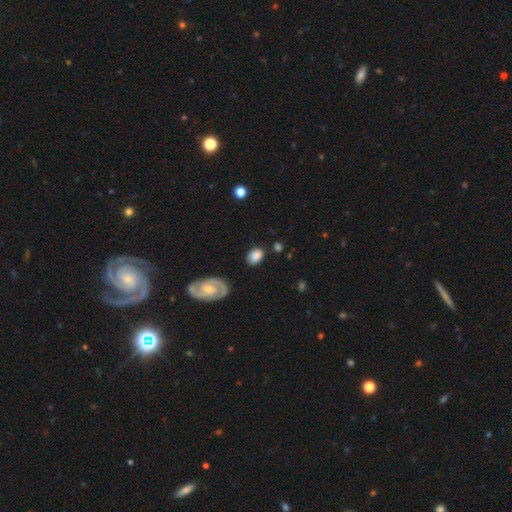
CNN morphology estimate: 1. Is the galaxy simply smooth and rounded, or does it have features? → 74% smooth, 19% featured or disk, 7% star or artifact.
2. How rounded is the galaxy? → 76% in between, 22% round, 1% cigar-shaped.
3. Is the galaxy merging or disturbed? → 76% none, 16% minor disturbance, 5% major disturbance, 4% merger.